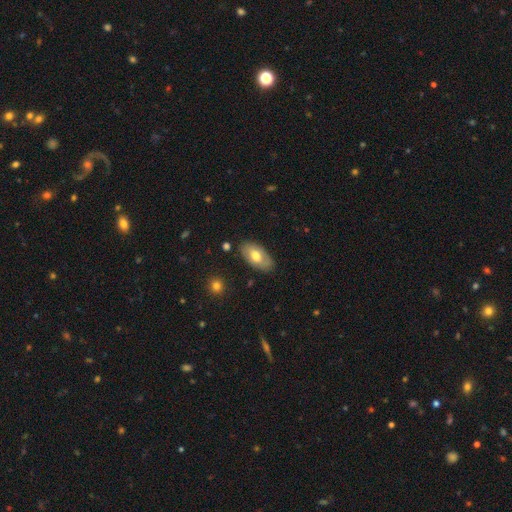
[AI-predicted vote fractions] Morphology: type=smooth (62%); roundness=in between (94%); merging=none (83%).